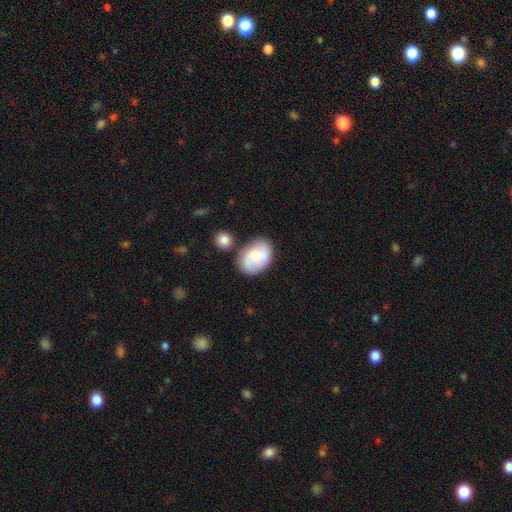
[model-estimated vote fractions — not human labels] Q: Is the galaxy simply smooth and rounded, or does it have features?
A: smooth — 55%.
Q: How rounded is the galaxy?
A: in between — 74%.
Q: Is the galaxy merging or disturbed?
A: none — 64%.